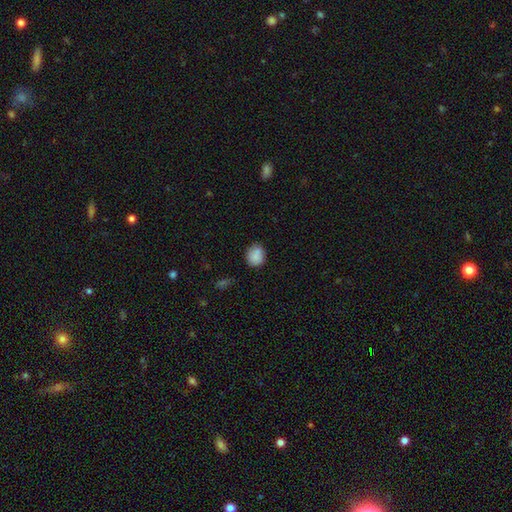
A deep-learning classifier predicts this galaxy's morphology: type=smooth (83%); roundness=round (66%); merging=none (70%).